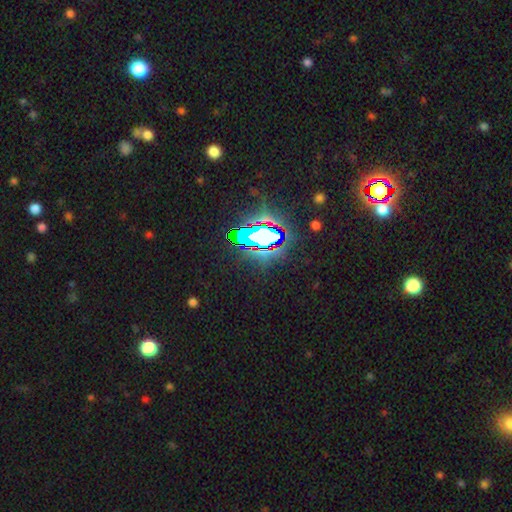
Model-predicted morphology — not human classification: Smooth or featured: star or artifact — 84% (smooth — 8%)